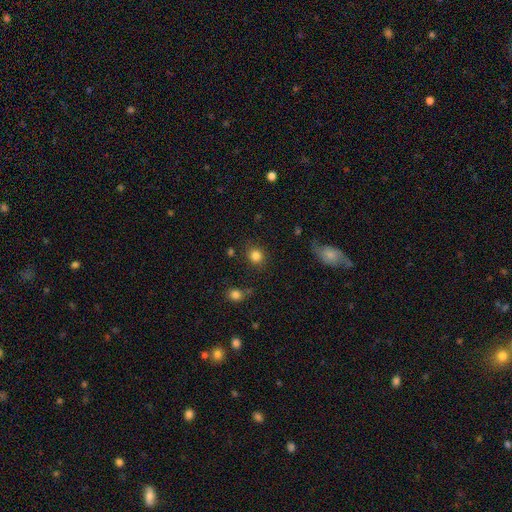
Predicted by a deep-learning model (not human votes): Smooth or featured: smooth — 84% (star or artifact — 11%)
How rounded: round — 85% (in between — 14%)
Merging: none — 84% (minor disturbance — 9%)